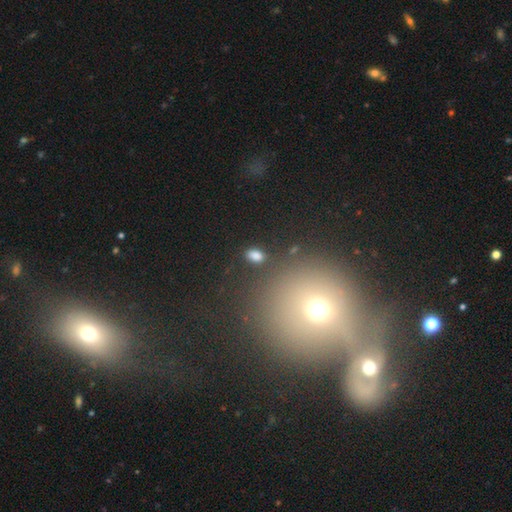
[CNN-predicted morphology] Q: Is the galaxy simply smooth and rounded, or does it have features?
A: smooth — 81%.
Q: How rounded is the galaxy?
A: in between — 84%.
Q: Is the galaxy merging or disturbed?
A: none — 84%.